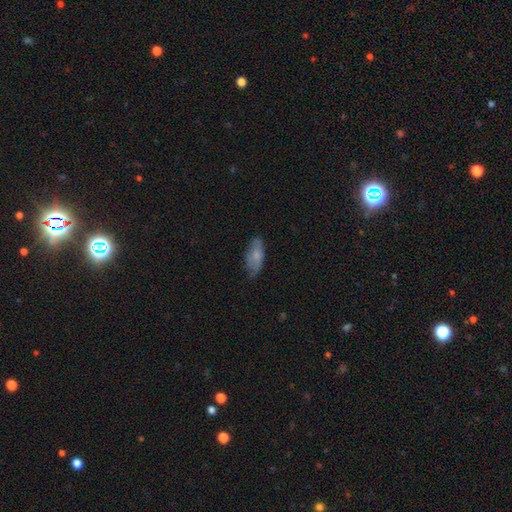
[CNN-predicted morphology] This appears to be a smooth galaxy with no disk features (70%) that is in between round and cigar-shaped (82%). Merging: none (64%).